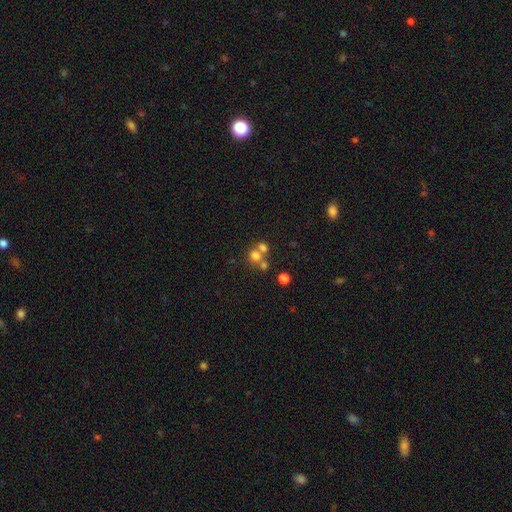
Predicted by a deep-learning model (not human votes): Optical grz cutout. It shows a smooth galaxy with no disk features (68%) that is round (82%). Merging: merger (50%).